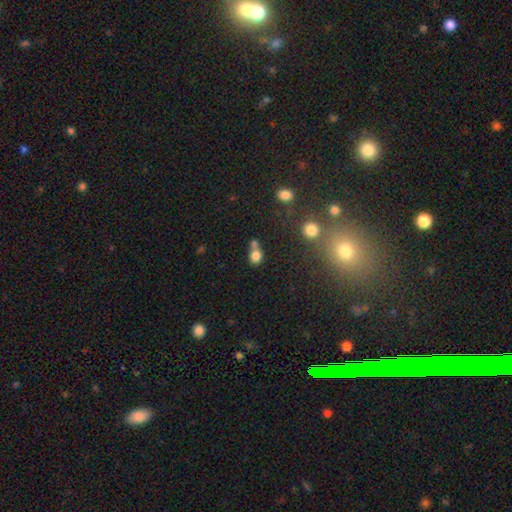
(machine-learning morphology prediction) Q: Smooth or featured?
A: smooth (77%); runner-up: star or artifact (13%)
Q: How rounded?
A: round (67%); runner-up: in between (32%)
Q: Merging?
A: merger (44%); runner-up: none (40%)